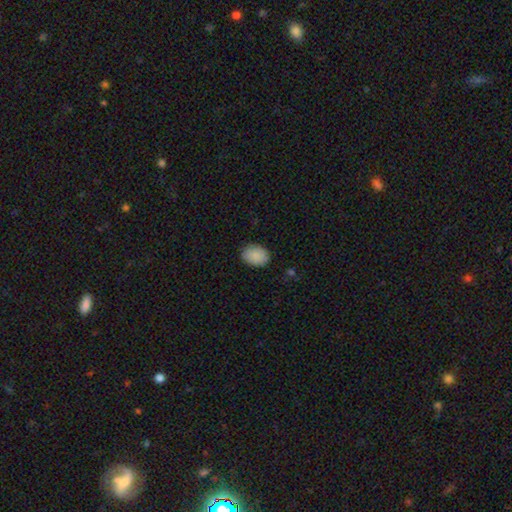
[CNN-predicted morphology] Smooth or featured? Predicted: smooth (p=0.90). How rounded? Predicted: in between (p=0.70). Merging? Predicted: none (p=0.86).